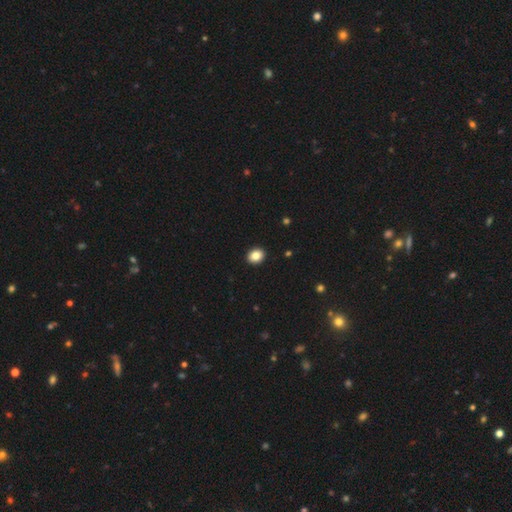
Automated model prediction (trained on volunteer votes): Smooth or featured? Predicted: smooth (p=0.85). How rounded? Predicted: round (p=0.50). Merging? Predicted: none (p=0.93).